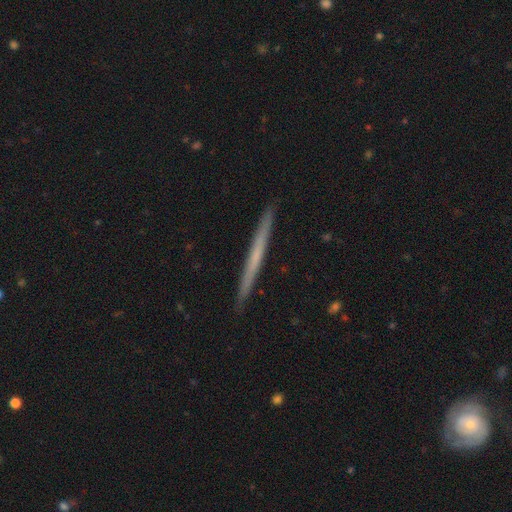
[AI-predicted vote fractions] This is possibly a featured or disk galaxy (51%). It is clearly viewed edge-on (97%). Edge-on bulge: clearly none (88%). Merging: clearly none (92%).